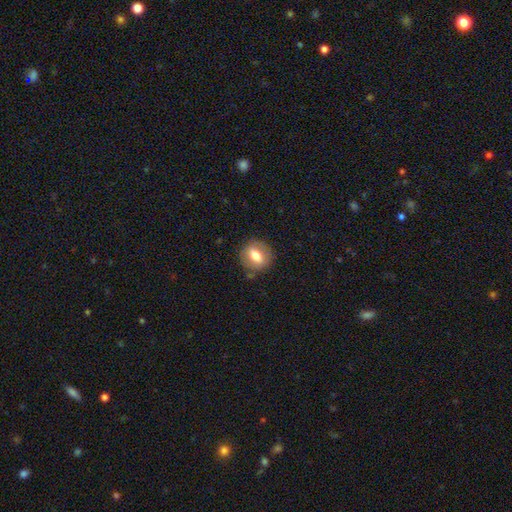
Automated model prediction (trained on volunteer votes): A smooth galaxy with no disk features (66%) that is round (60%). Merging: none (81%).